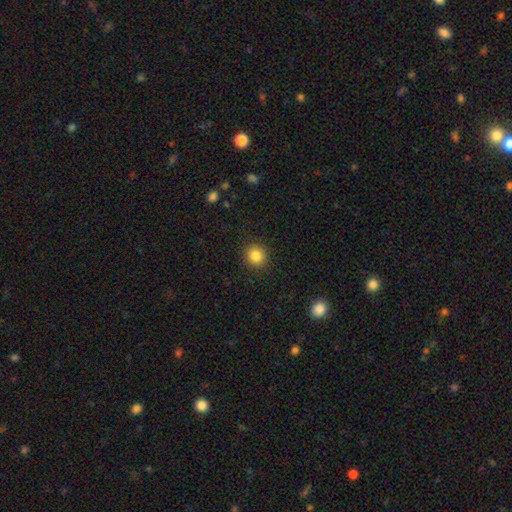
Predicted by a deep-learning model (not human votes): smooth 84%, star or artifact 11%, featured or disk 5%. Down the decision tree: how rounded — round (89%); merging — none (91%).